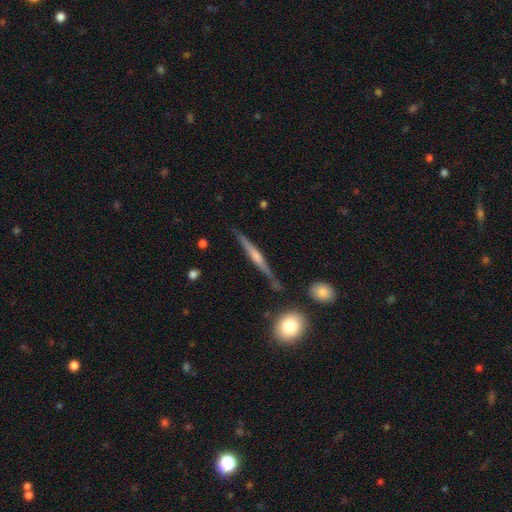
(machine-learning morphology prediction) A featured or disk galaxy (79%) viewed edge-on (98%) with a rounded central bulge (79%). Merging: none (88%).